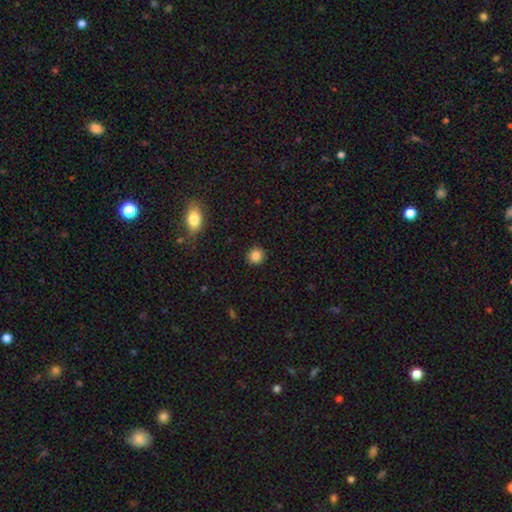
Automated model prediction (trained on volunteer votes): smooth_or_featured: smooth (p=0.85) [alt: star or artifact p=0.11]
how_rounded: round (p=0.91) [alt: in between p=0.08]
merging: none (p=0.92) [alt: minor disturbance p=0.05]